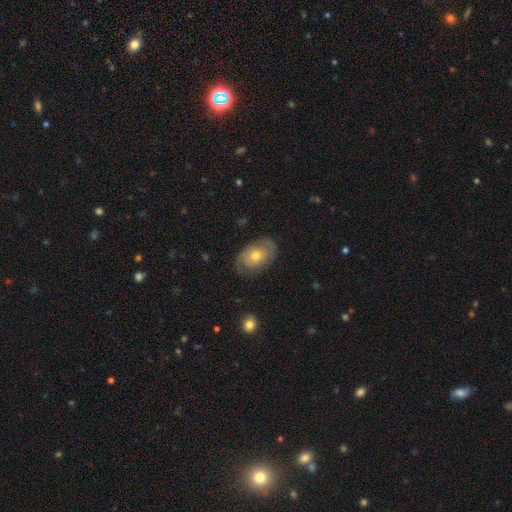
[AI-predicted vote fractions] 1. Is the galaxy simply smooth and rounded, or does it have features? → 50% featured or disk, 43% smooth, 7% star or artifact.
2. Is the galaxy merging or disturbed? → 76% none, 17% minor disturbance, 5% major disturbance, 1% merger.